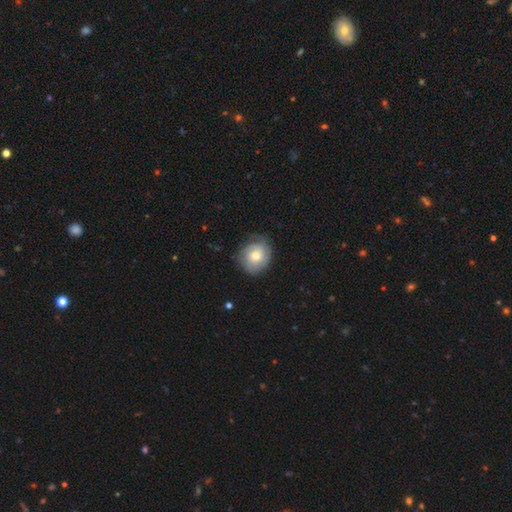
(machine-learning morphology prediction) Overall: smooth (58%; featured or disk 35%). How rounded: round (73%). Merging: none (68%).